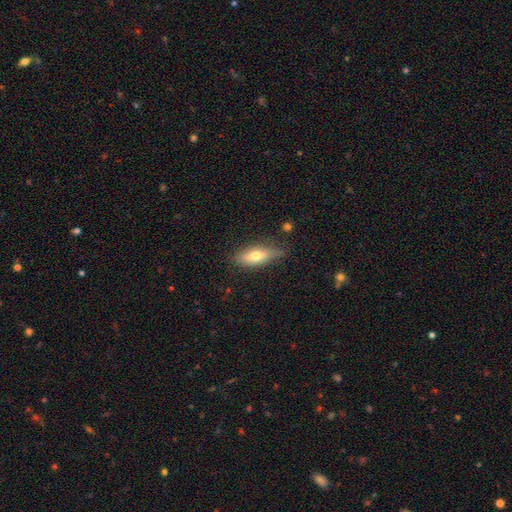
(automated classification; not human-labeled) Q: Smooth or featured?
A: smooth (62%); runner-up: featured or disk (31%)
Q: How rounded?
A: in between (59%); runner-up: cigar-shaped (38%)
Q: Merging?
A: none (71%); runner-up: minor disturbance (22%)